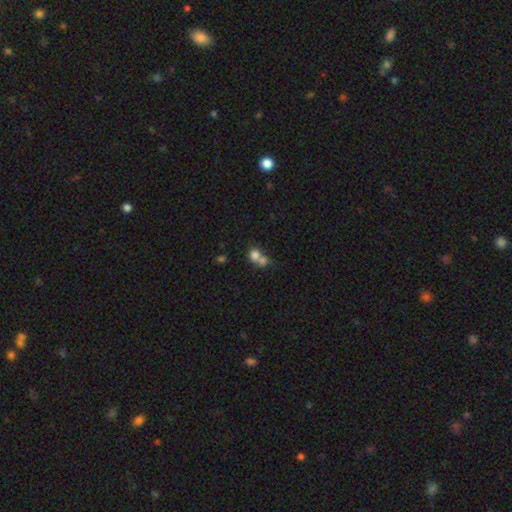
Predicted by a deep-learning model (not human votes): Smooth or featured? smooth (75%)
How rounded? round (75%)
Merging? merger (64%)